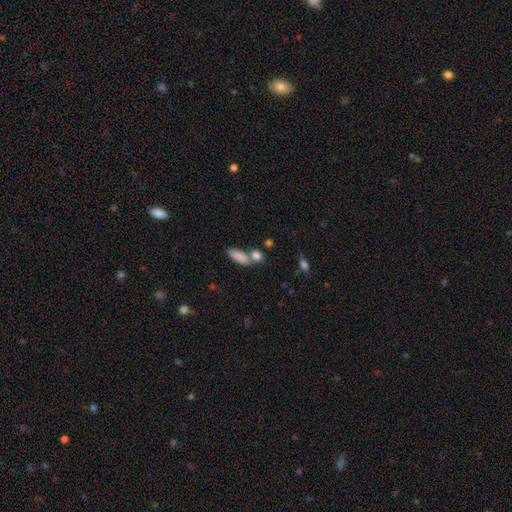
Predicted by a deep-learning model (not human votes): smooth 84%, star or artifact 9%, featured or disk 7%. Down the decision tree: how rounded — in between (64%); merging — none (54%).